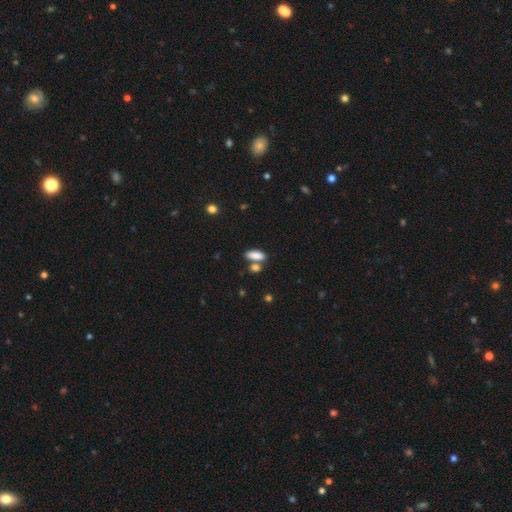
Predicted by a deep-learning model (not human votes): This appears to be a smooth galaxy with no disk features (86%) that is in between round and cigar-shaped (74%). Merging: none (59%).